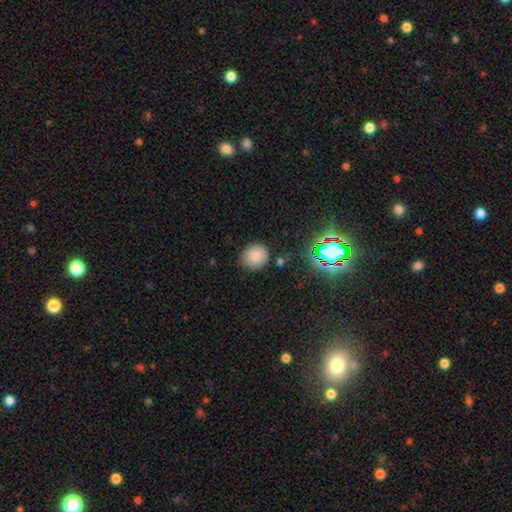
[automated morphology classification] smooth_or_featured: smooth (p=0.79) [alt: star or artifact p=0.14]
how_rounded: round (p=0.81) [alt: in between p=0.18]
merging: none (p=0.80) [alt: minor disturbance p=0.14]